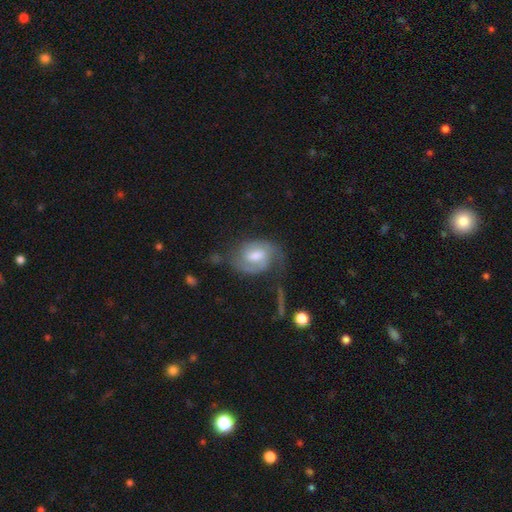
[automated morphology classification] This is likely a featured or disk galaxy (77%). It is clearly not viewed edge-on (97%). Bar: possibly weak (57%). Spiral arm pattern: clearly yes (93%). Spiral arm count: likely 2 (75%). Spiral winding: possibly medium (47%). Central bulge: possibly moderate (59%). Merging: possibly none (55%).